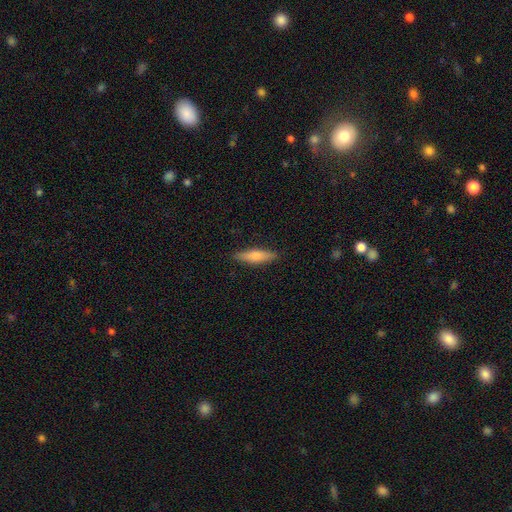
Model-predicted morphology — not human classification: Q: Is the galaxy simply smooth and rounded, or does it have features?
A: smooth — 72%.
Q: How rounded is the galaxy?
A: cigar-shaped — 70%.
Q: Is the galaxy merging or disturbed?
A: none — 88%.